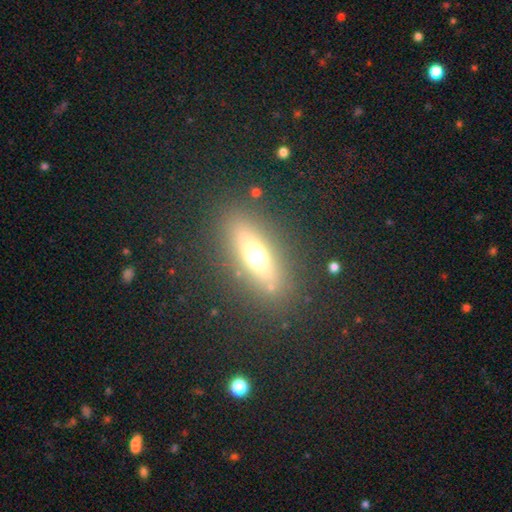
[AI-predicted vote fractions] Overall: smooth (46%; featured or disk 41%). Merging: none (86%).